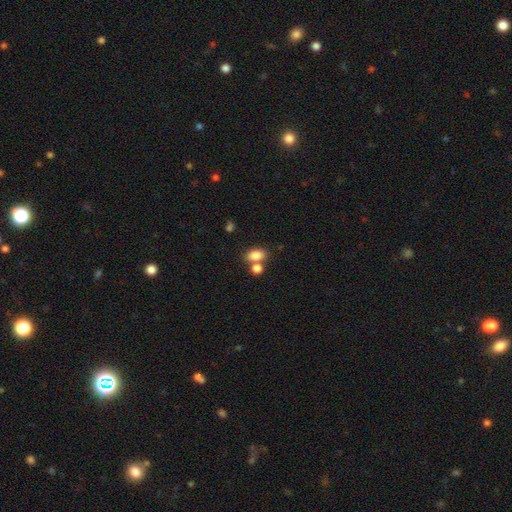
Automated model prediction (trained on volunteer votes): smooth-or-featured: smooth: 82% | star or artifact: 10% | featured or disk: 8%
  how-rounded: in between: 79% | round: 19% | cigar-shaped: 2%
  merging: none: 52% | merger: 34% | minor disturbance: 10% | major disturbance: 4%